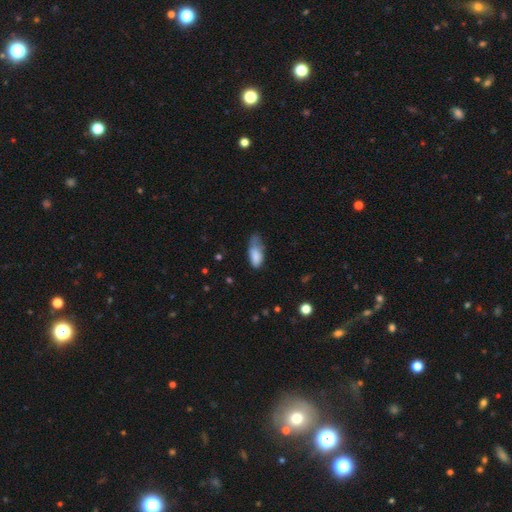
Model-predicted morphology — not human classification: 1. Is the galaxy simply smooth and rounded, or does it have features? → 80% smooth, 12% featured or disk, 8% star or artifact.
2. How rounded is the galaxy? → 86% in between, 11% cigar-shaped, 3% round.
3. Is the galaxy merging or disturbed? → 42% minor disturbance, 28% major disturbance, 26% none, 5% merger.